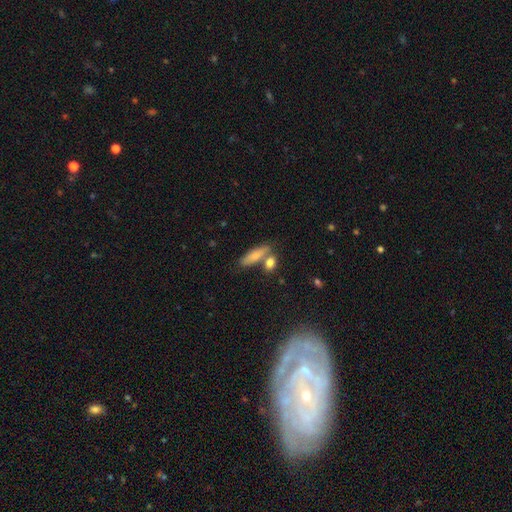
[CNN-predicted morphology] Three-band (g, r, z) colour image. It shows a smooth galaxy with no disk features (78%) that is in between round and cigar-shaped (49%). Merging: none (59%).